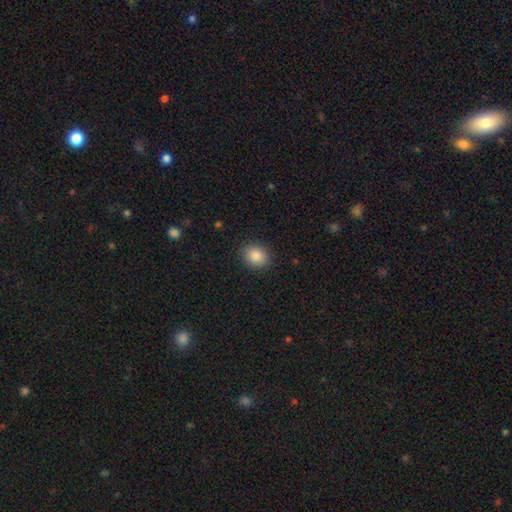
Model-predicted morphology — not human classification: smooth_or_featured: smooth (p=0.87) [alt: star or artifact p=0.08]
how_rounded: round (p=0.54) [alt: in between p=0.45]
merging: none (p=0.88) [alt: minor disturbance p=0.08]